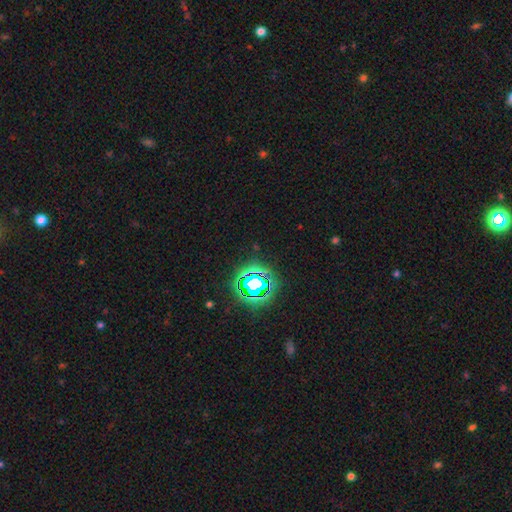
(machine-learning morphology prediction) This is likely a star or artifact rather than a galaxy (79%).